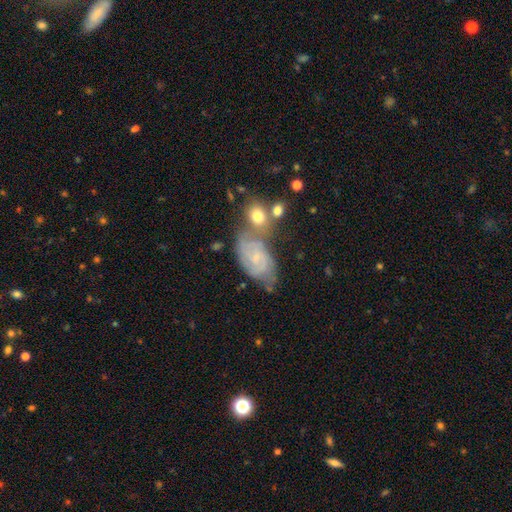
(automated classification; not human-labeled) Q: Smooth or featured?
A: featured or disk (72%); runner-up: smooth (20%)
Q: Edge-on disk?
A: no (96%); runner-up: yes (4%)
Q: Bar?
A: no (57%); runner-up: weak (37%)
Q: Spiral arms?
A: yes (91%); runner-up: no (9%)
Q: Spiral winding?
A: tight (50%); runner-up: medium (38%)
Q: Spiral arm count?
A: 2 (44%); runner-up: can't tell (31%)
Q: Bulge size?
A: small (72%); runner-up: moderate (18%)
Q: Merging?
A: none (45%); runner-up: merger (23%)